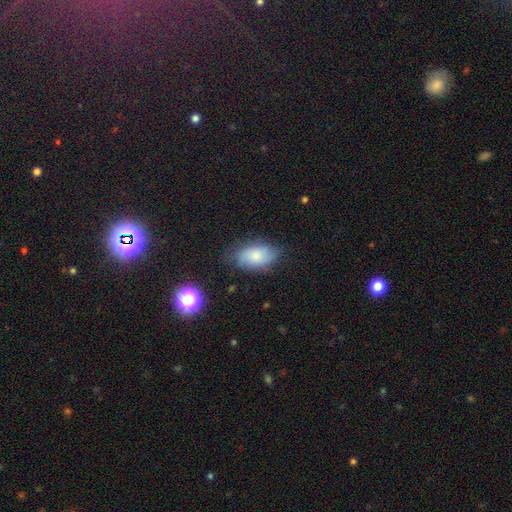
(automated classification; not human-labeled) Morphology: type=smooth (77%); roundness=in between (91%); merging=none (70%).